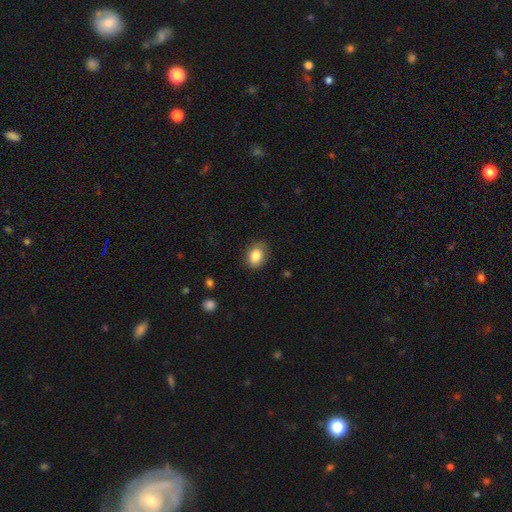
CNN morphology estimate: type=smooth (84%); roundness=in between (65%); merging=none (82%).